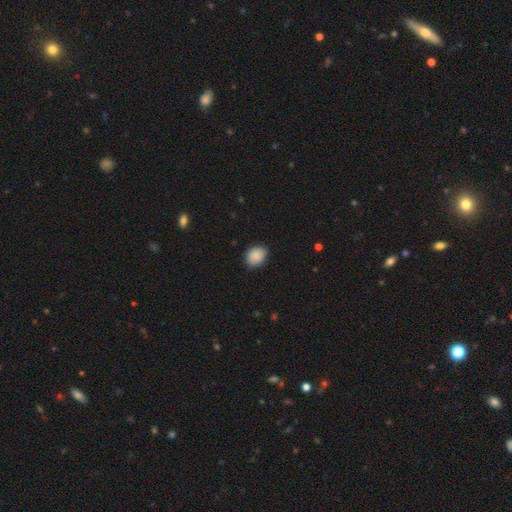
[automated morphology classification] This is clearly a smooth galaxy (88%). How rounded: possibly in between (56%). Merging: likely none (79%).